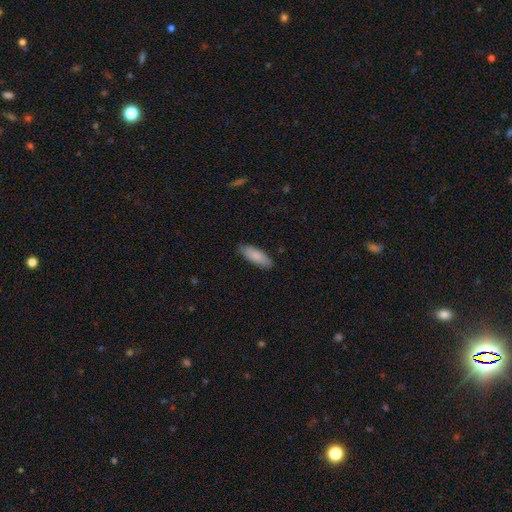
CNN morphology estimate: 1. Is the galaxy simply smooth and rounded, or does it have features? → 86% smooth, 8% featured or disk, 5% star or artifact.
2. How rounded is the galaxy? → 64% in between, 35% cigar-shaped, 2% round.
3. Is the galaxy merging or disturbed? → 85% none, 12% minor disturbance, 2% major disturbance, 1% merger.